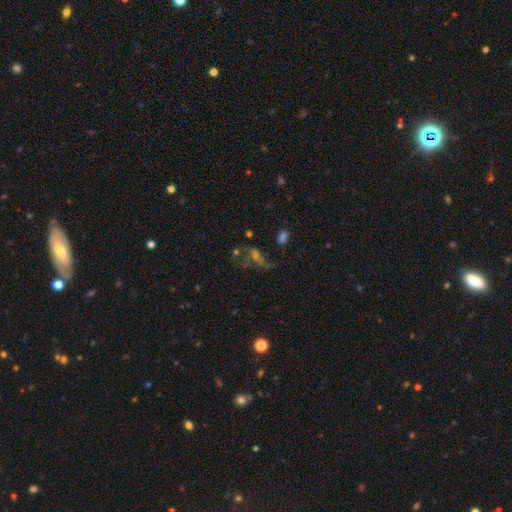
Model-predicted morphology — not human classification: smooth-or-featured: featured or disk: 42% | star or artifact: 33% | smooth: 25%
  merging: none: 39% | major disturbance: 34% | minor disturbance: 16% | merger: 12%